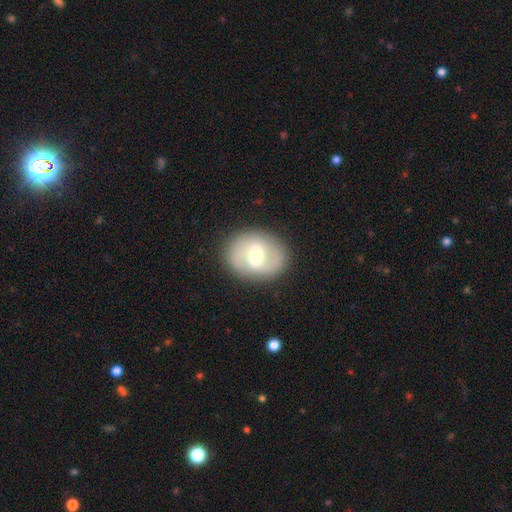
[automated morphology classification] type=featured or disk (61%); edge-on=no (96%); bar=weak (53%); spiral arms=yes (69%); bulge=moderate (59%); merging=none (85%).